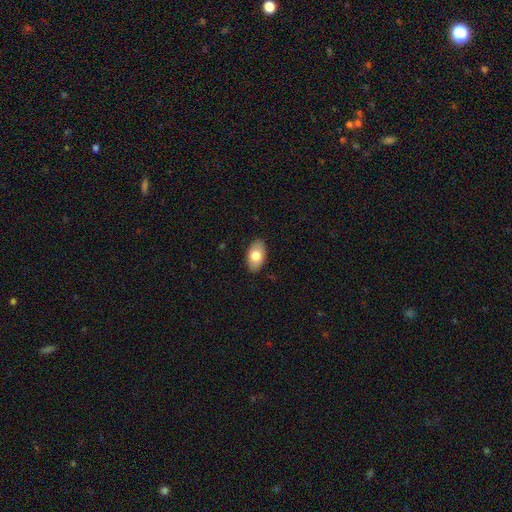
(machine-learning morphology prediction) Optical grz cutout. It shows a smooth galaxy with no disk features (77%) that is in between round and cigar-shaped (94%). Merging: none (87%).